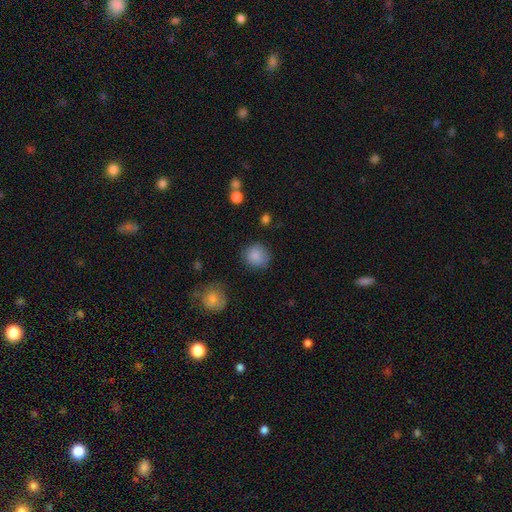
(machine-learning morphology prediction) This is clearly a smooth galaxy (86%). How rounded: clearly round (86%). Merging: clearly none (81%).